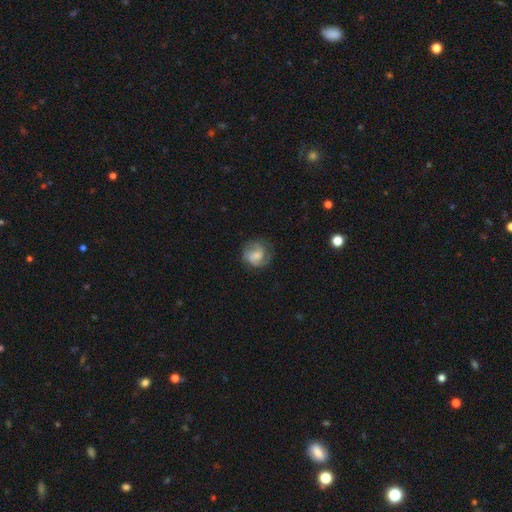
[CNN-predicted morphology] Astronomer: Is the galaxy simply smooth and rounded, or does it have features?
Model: featured or disk — 49% (runner-up: smooth, 43%).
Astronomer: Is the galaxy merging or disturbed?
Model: none — 68%.